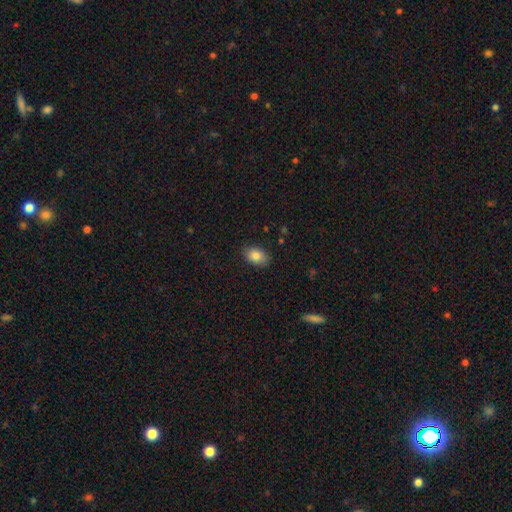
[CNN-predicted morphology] Overall: smooth (83%). How rounded: in between (83%). Merging: none (85%).